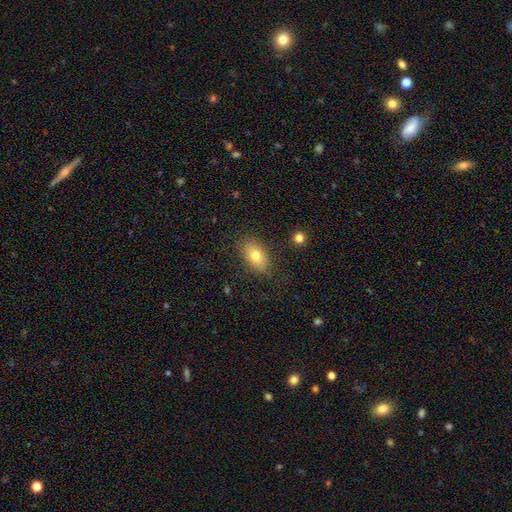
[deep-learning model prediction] smooth-or-featured: smooth: 75% | featured or disk: 16% | star or artifact: 9%
  how-rounded: in between: 88% | round: 9% | cigar-shaped: 3%
  merging: none: 83% | minor disturbance: 12% | major disturbance: 3% | merger: 2%